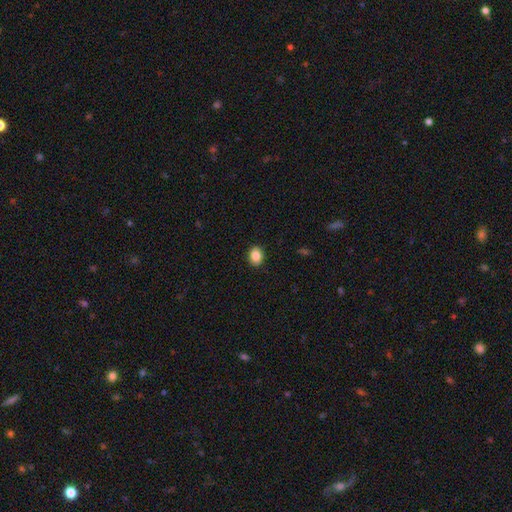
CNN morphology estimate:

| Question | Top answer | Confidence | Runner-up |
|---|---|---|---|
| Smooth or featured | smooth | 86% | star or artifact (9%) |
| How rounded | in between | 55% | round (44%) |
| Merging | none | 91% | minor disturbance (7%) |